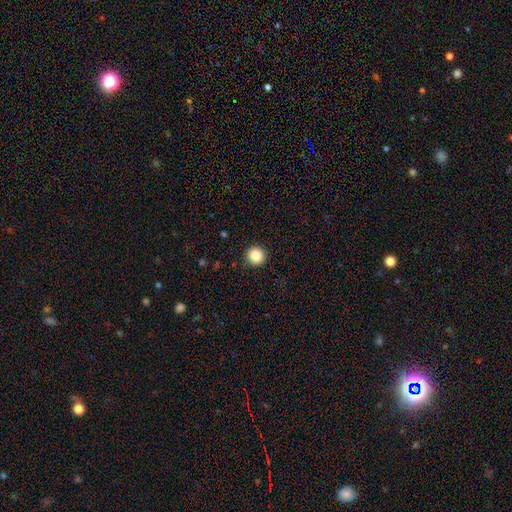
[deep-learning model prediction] Smooth or featured: smooth — 85% (star or artifact — 10%)
How rounded: round — 95% (in between — 4%)
Merging: none — 92% (minor disturbance — 5%)